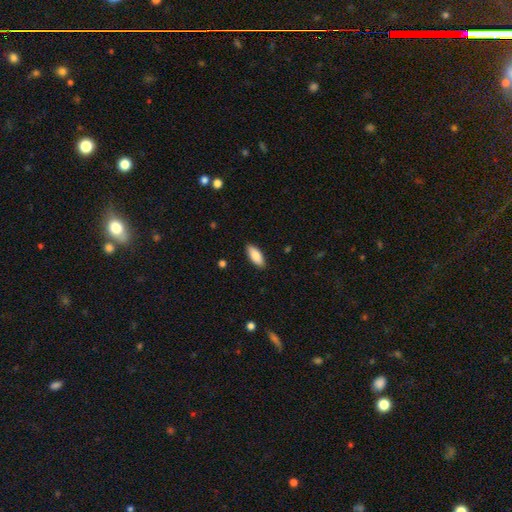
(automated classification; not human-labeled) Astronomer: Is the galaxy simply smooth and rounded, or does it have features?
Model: smooth — 84%.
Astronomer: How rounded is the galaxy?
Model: in between — 80%.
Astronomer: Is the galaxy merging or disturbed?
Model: none — 88%.